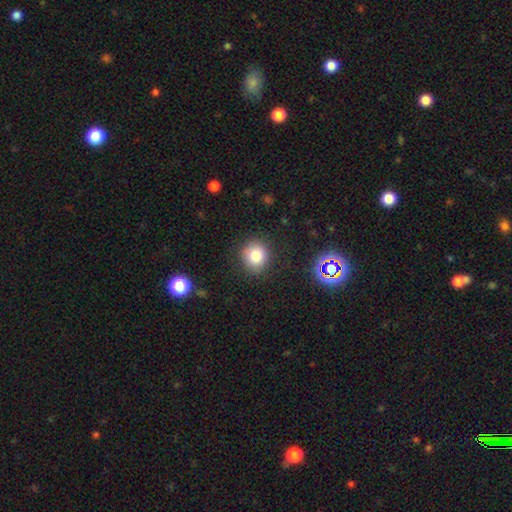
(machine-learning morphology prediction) A smooth galaxy with no disk features (81%) that is round (84%).

Vote fractions:
- Smooth or featured? smooth: 81% / star or artifact: 12% / featured or disk: 7%
- How rounded? round: 84% / in between: 15% / cigar-shaped: 1%
- Merging? none: 86% / minor disturbance: 10% / major disturbance: 3% / merger: 1%